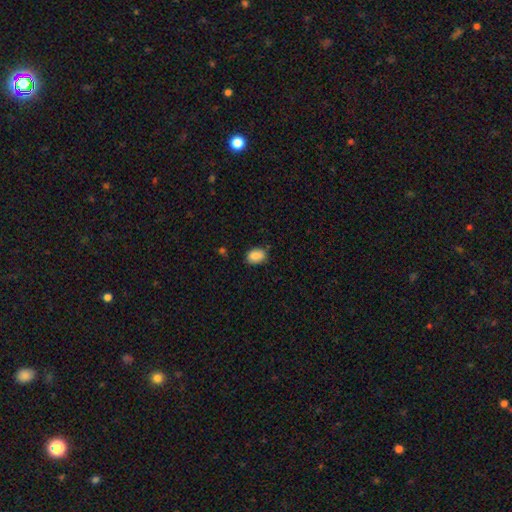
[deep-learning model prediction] Q: Smooth or featured?
A: smooth (87%); runner-up: star or artifact (8%)
Q: How rounded?
A: in between (75%); runner-up: round (24%)
Q: Merging?
A: none (80%); runner-up: minor disturbance (16%)